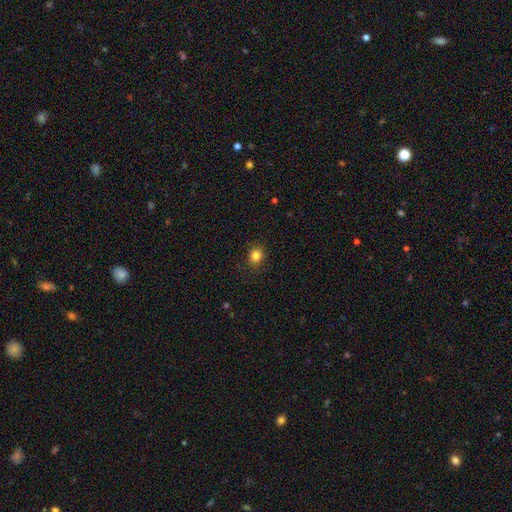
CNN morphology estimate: This is clearly a smooth galaxy (83%). How rounded: likely round (70%). Merging: clearly none (88%).